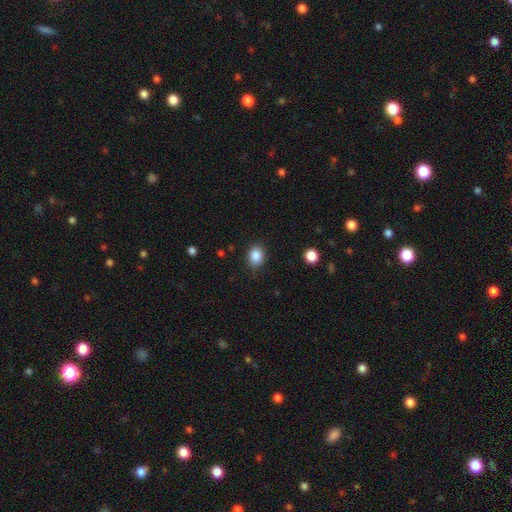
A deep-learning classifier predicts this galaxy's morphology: Smooth or featured? smooth (87%)
How rounded? round (55%)
Merging? none (86%)